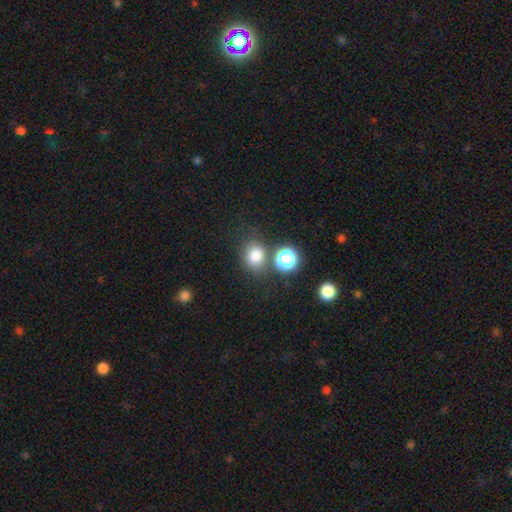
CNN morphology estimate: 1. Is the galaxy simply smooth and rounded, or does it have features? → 78% smooth, 16% star or artifact, 7% featured or disk.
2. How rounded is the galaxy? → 67% round, 32% in between, 1% cigar-shaped.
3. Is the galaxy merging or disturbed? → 71% none, 13% merger, 12% minor disturbance, 5% major disturbance.